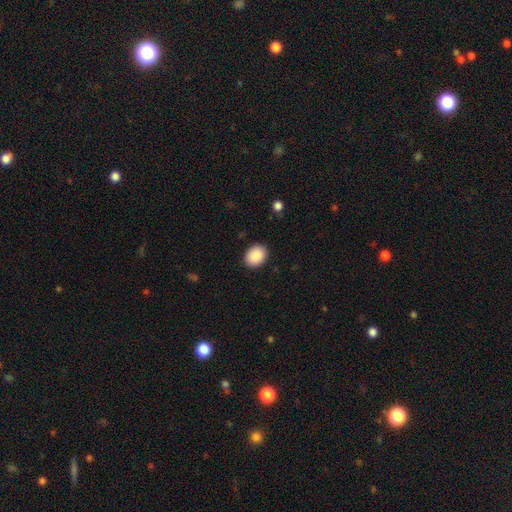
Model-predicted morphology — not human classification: Overall: smooth (89%). How rounded: in between (63%; round 36%). Merging: none (89%).